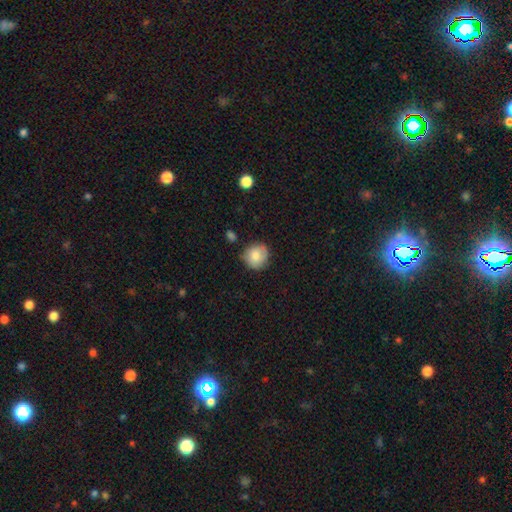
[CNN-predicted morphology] A smooth galaxy with no disk features (80%) that is round (90%). Merging: none (75%).